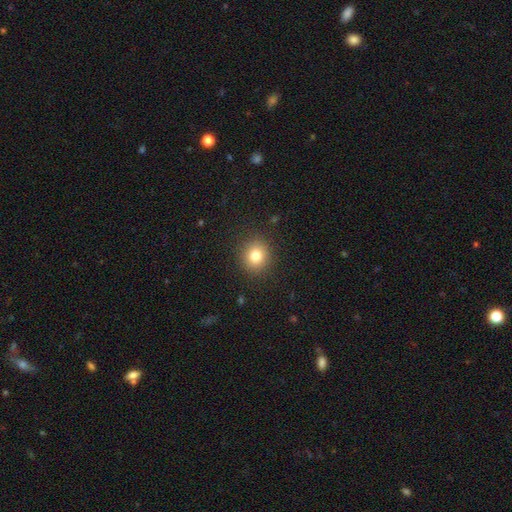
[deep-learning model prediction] Smooth or featured? Predicted: smooth (p=0.80). How rounded? Predicted: round (p=0.83). Merging? Predicted: none (p=0.90).